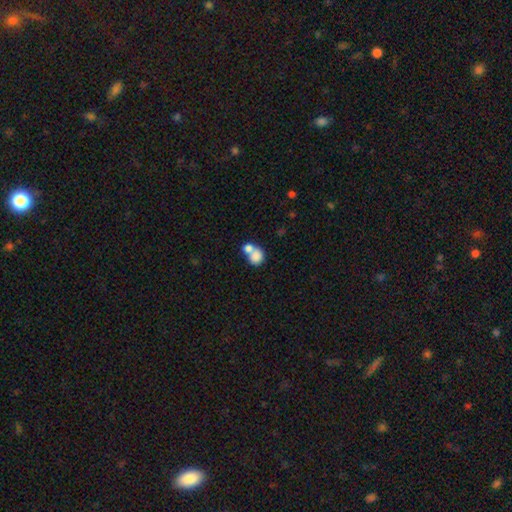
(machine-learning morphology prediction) A smooth galaxy with no disk features (81%) that is round (63%).

Vote fractions:
- Smooth or featured? smooth: 81% / featured or disk: 11% / star or artifact: 9%
- How rounded? round: 63% / in between: 36% / cigar-shaped: 1%
- Merging? merger: 61% / none: 28% / minor disturbance: 7% / major disturbance: 4%